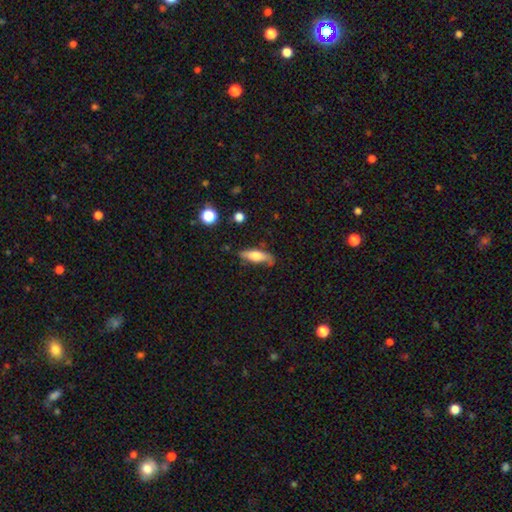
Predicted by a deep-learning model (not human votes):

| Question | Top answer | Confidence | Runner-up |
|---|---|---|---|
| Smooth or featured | smooth | 57% | featured or disk (36%) |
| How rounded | in between | 49% | cigar-shaped (48%) |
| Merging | none | 68% | minor disturbance (23%) |